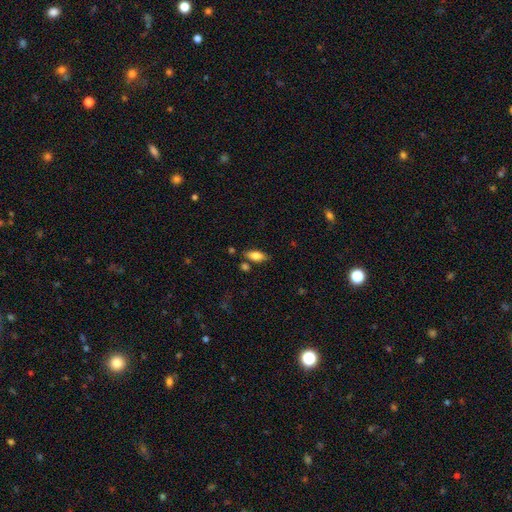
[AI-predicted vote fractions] This is likely a smooth galaxy (76%). How rounded: clearly in between (81%). Merging: likely none (77%).